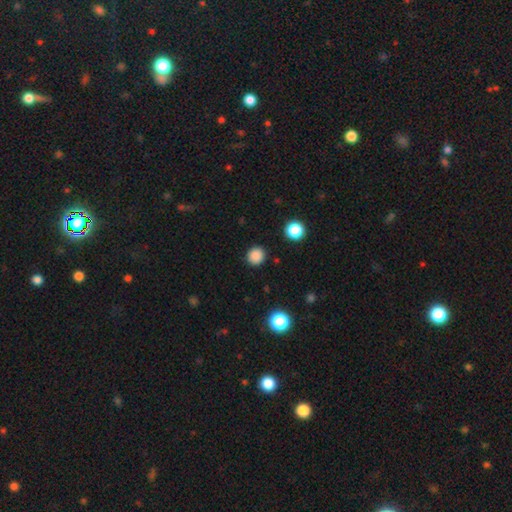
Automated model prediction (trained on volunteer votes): Smooth or featured? smooth (85%)
How rounded? round (92%)
Merging? none (90%)